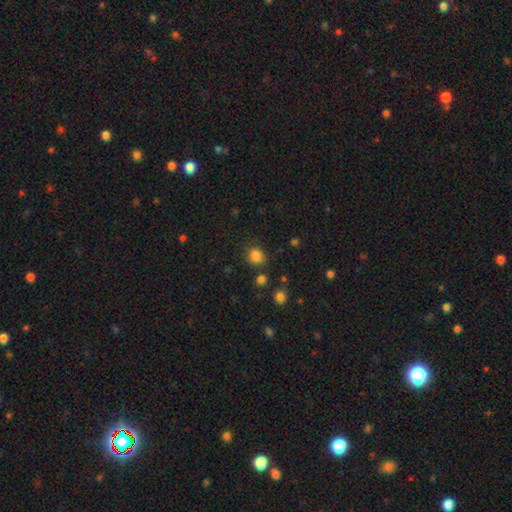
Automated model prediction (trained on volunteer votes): Smooth or featured: smooth — 83% (star or artifact — 13%)
How rounded: round — 73% (in between — 26%)
Merging: none — 78% (minor disturbance — 13%)